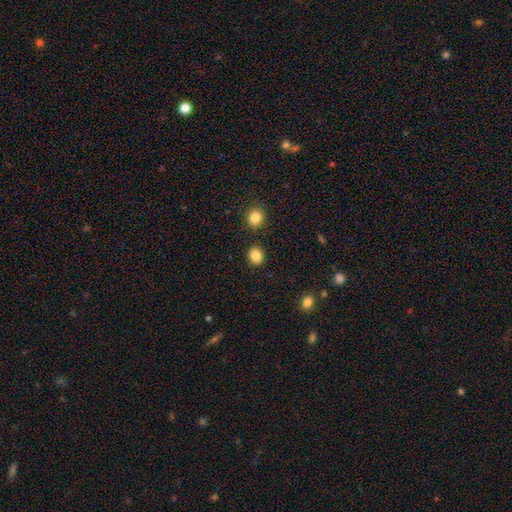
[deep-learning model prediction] Smooth or featured: smooth — 86% (star or artifact — 10%)
How rounded: round — 73% (in between — 26%)
Merging: none — 89% (minor disturbance — 6%)